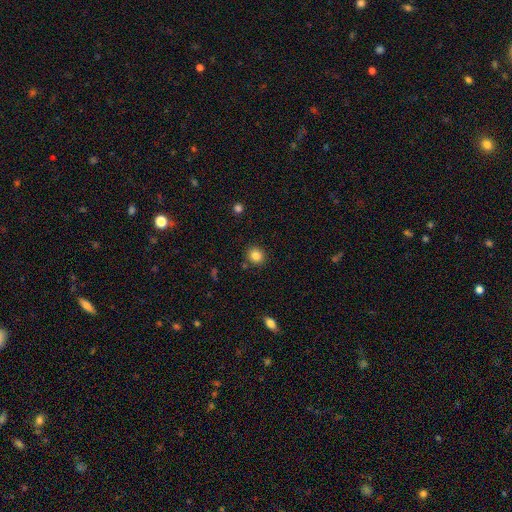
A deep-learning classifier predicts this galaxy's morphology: A smooth galaxy with no disk features (84%) that is round (84%). Merging: none (87%).